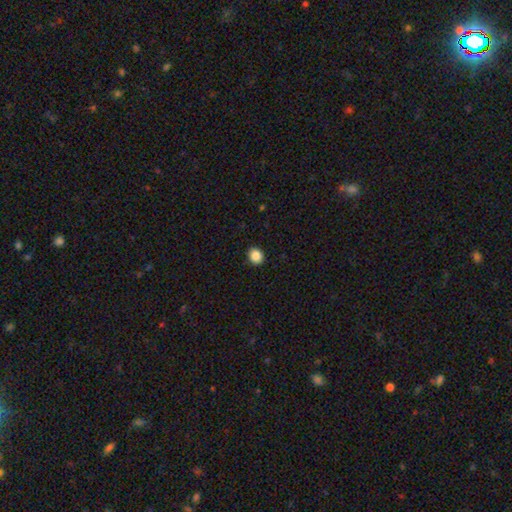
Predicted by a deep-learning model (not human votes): A smooth galaxy with no disk features (87%) that is round (71%). Merging: none (92%).